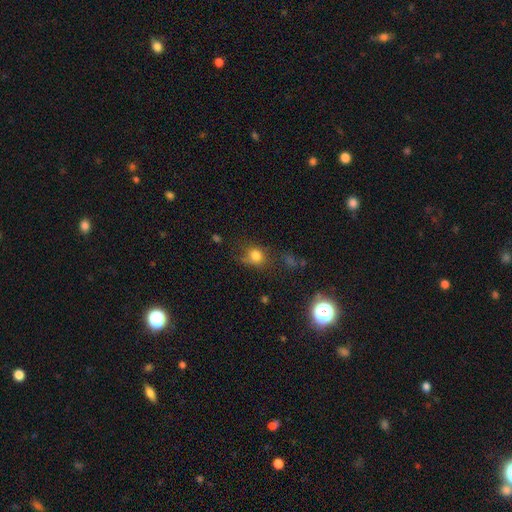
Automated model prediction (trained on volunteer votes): This is likely a smooth galaxy (75%). How rounded: likely round (69%). Merging: possibly none (55%).